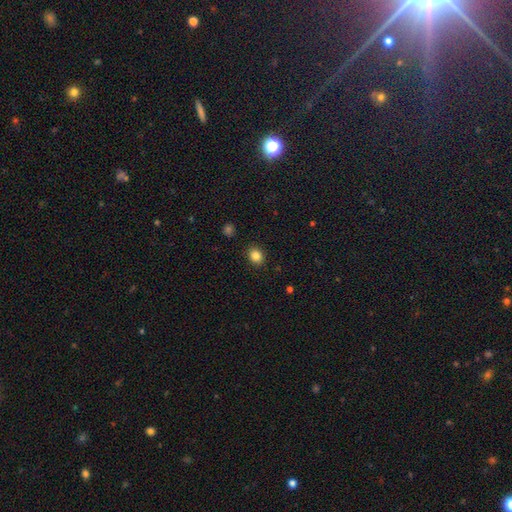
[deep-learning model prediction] The model was most divided on "how rounded": round: 60%, in between: 39%, cigar-shaped: 1%. More confident: merging — none (90%); smooth or featured — smooth (85%).